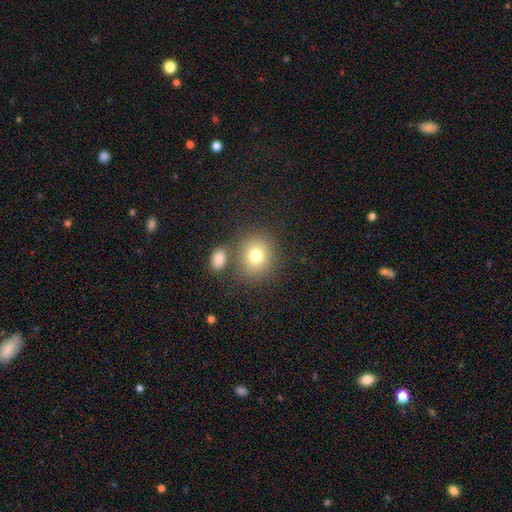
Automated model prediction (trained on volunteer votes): This appears to be a smooth galaxy with no disk features (78%) that is round (75%). Merging: none (72%).